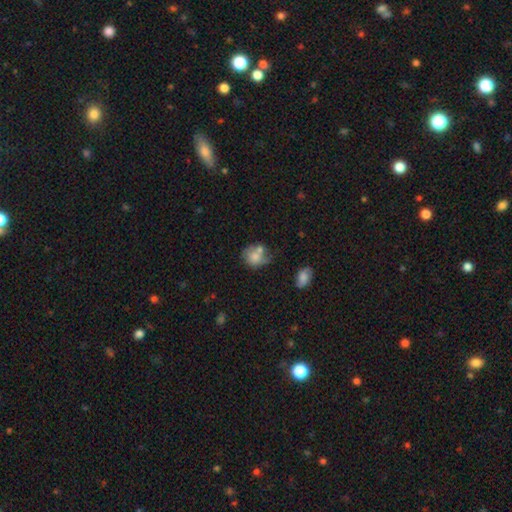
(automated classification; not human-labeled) Smooth or featured: smooth — 67% (featured or disk — 23%)
How rounded: round — 60% (in between — 39%)
Merging: none — 35% (merger — 32%)